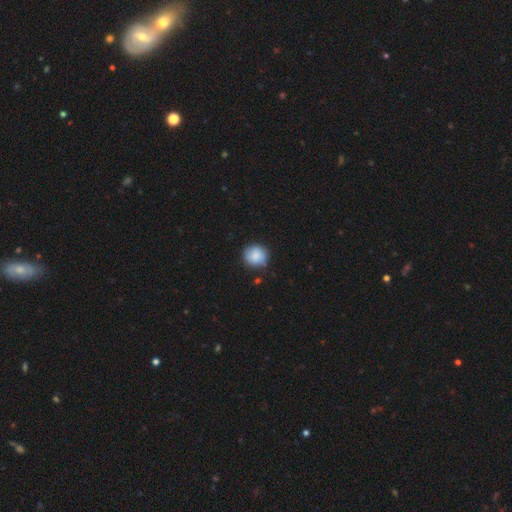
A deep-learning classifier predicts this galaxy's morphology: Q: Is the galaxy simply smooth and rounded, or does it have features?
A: smooth — 85%.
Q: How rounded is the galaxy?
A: round — 88%.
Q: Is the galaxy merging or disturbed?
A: none — 82%.